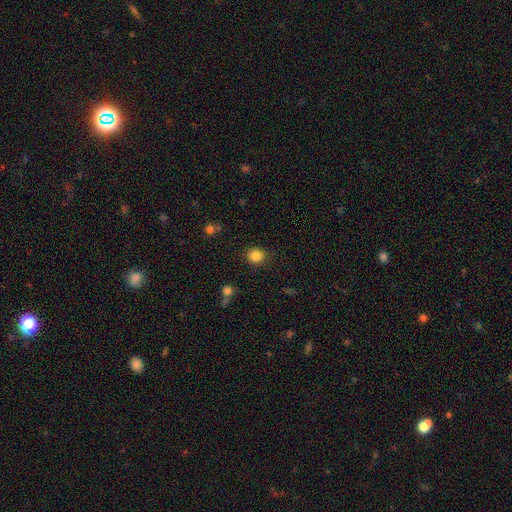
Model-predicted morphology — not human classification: This is clearly a smooth galaxy (84%). How rounded: clearly round (87%). Merging: clearly none (87%).